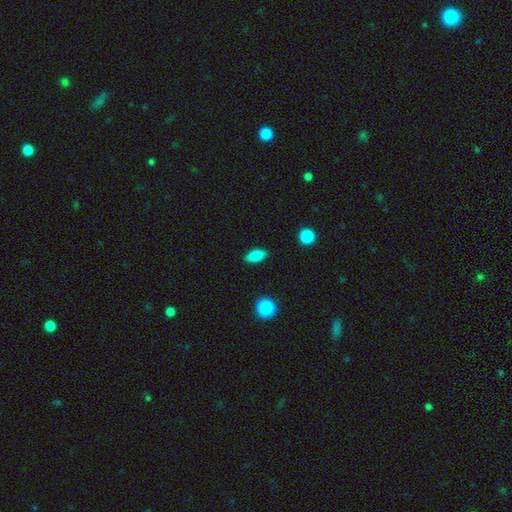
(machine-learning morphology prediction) Overall: smooth (82%). How rounded: in between (84%). Merging: none (88%).